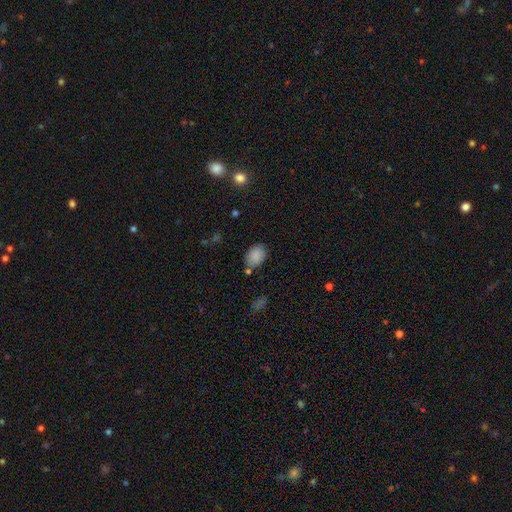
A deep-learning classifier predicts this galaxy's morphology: Smooth or featured: smooth — 87% (star or artifact — 8%)
How rounded: in between — 80% (round — 19%)
Merging: none — 73% (minor disturbance — 16%)